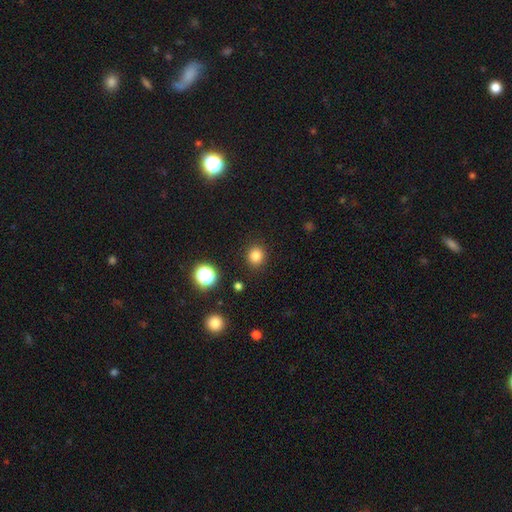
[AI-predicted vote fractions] Smooth or featured: smooth — 82% (star or artifact — 14%)
How rounded: round — 88% (in between — 11%)
Merging: none — 90% (minor disturbance — 6%)